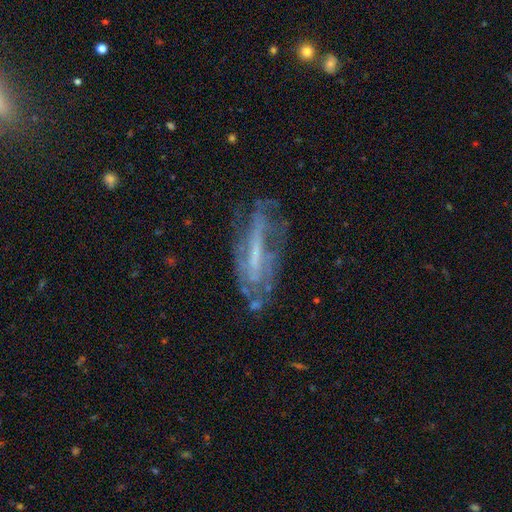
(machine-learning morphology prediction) Smooth or featured? featured or disk (69%)
Edge-on disk? no (70%)
Merging? none (56%)